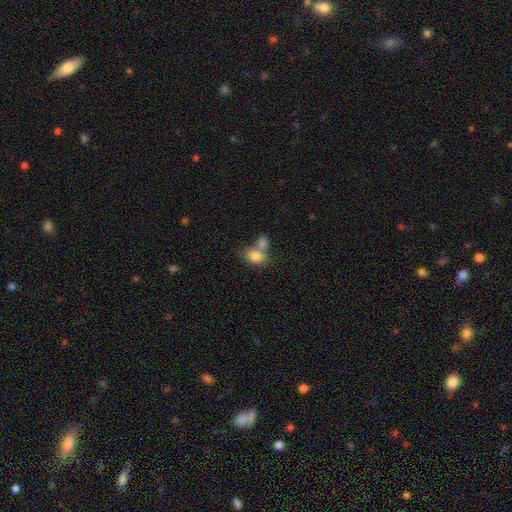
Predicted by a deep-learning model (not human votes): Q: Smooth or featured?
A: smooth (81%); runner-up: featured or disk (11%)
Q: How rounded?
A: in between (69%); runner-up: round (29%)
Q: Merging?
A: merger (50%); runner-up: none (34%)